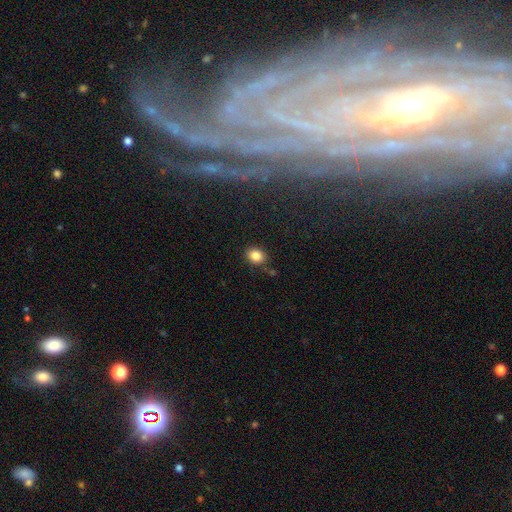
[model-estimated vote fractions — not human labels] Smooth or featured? smooth (84%)
How rounded? round (59%)
Merging? none (81%)